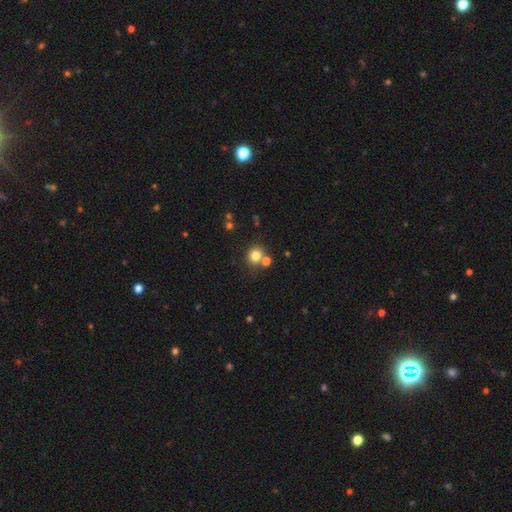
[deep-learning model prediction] Morphology: type=smooth (78%); roundness=round (82%); merging=none (66%).